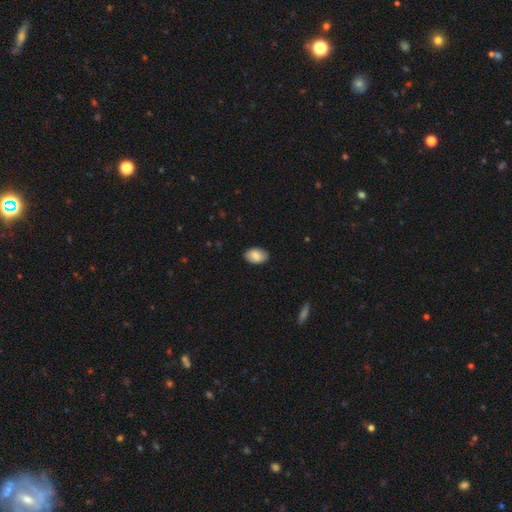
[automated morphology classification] This appears to be a smooth galaxy with no disk features (84%) that is in between round and cigar-shaped (90%). Merging: none (87%).